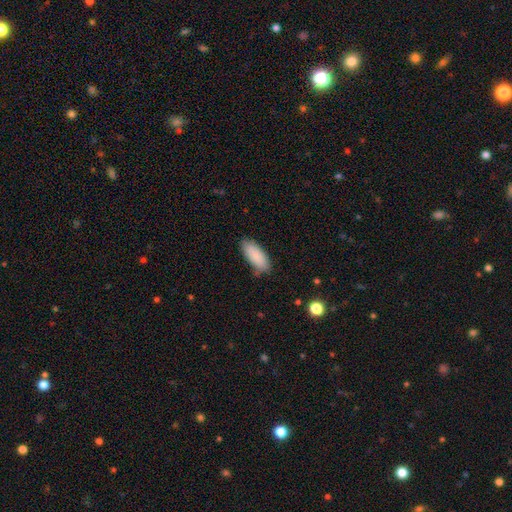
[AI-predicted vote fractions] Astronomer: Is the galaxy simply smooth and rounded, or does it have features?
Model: smooth — 88%.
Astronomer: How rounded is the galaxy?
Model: in between — 83%.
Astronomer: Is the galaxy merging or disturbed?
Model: none — 77%.